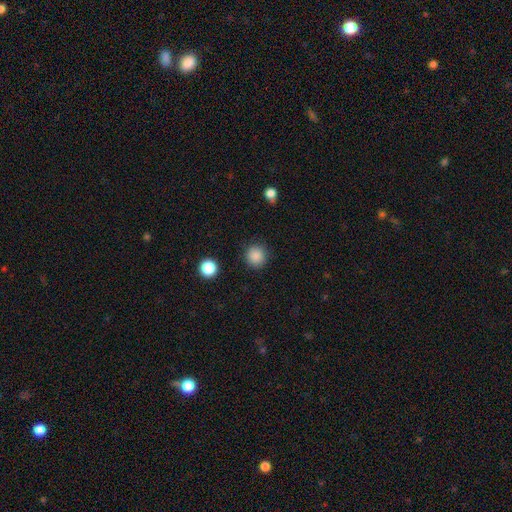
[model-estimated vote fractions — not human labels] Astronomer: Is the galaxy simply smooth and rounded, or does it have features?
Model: smooth — 87%.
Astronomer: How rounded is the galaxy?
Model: round — 94%.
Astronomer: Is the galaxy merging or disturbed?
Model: none — 90%.